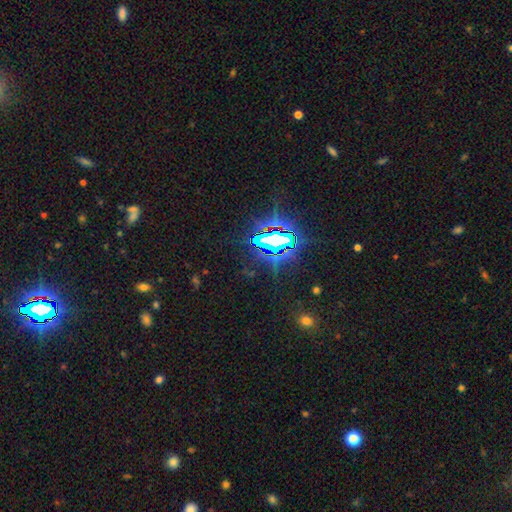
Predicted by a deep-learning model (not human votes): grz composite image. It shows a star or artifact, not a galaxy (83%).